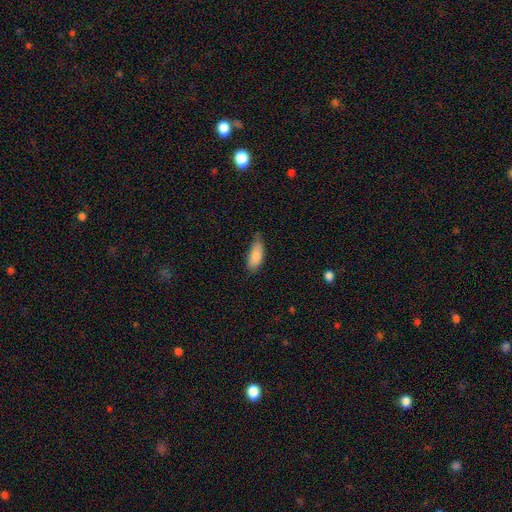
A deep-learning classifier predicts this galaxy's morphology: This appears to be a smooth galaxy with no disk features (87%) that is in between round and cigar-shaped (82%). Merging: none (56%).